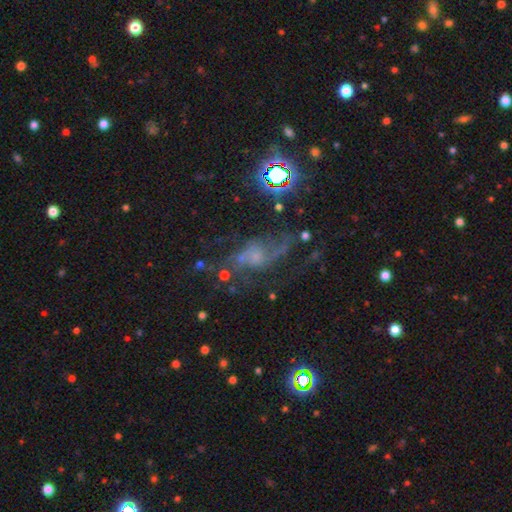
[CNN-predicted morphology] A featured or disk galaxy (64%) with no bar (69%), spiral arms (81%) and a small central bulge (50%).

Vote fractions:
- Smooth or featured? featured or disk: 64% / star or artifact: 20% / smooth: 16%
- Edge-on disk? no: 93% / yes: 7%
- Bar? no: 69% / weak: 26% / strong: 6%
- Spiral arms? yes: 81% / no: 19%
- Bulge size? small: 50% / moderate: 23% / none: 21% / large: 4% / dominant: 2%
- Merging? none: 45% / major disturbance: 28% / minor disturbance: 20% / merger: 7%